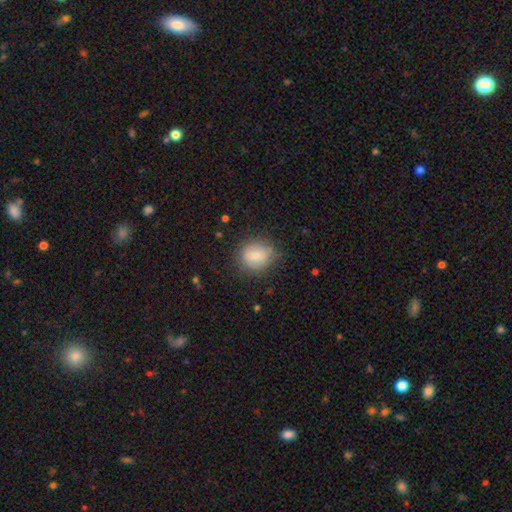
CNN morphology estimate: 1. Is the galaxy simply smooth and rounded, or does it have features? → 75% smooth, 17% featured or disk, 8% star or artifact.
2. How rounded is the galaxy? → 75% round, 24% in between, 1% cigar-shaped.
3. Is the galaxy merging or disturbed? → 68% none, 23% minor disturbance, 7% major disturbance, 2% merger.